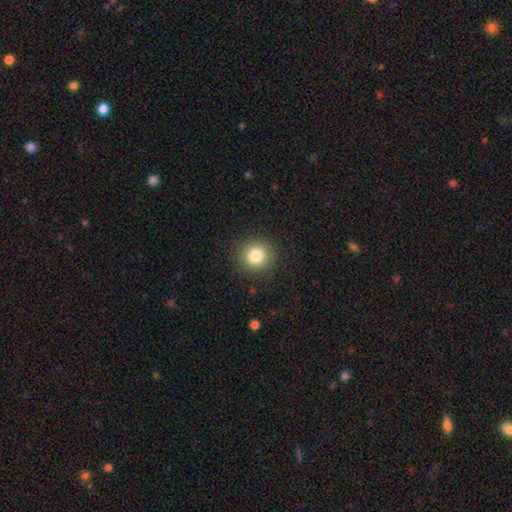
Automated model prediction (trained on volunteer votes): Smooth or featured?
  - smooth: 82% *
  - star or artifact: 11%
  - featured or disk: 7%
How rounded?
  - round: 93% *
  - in between: 6%
  - cigar-shaped: 1%
Merging?
  - none: 90% *
  - minor disturbance: 6%
  - major disturbance: 3%
  - merger: 1%